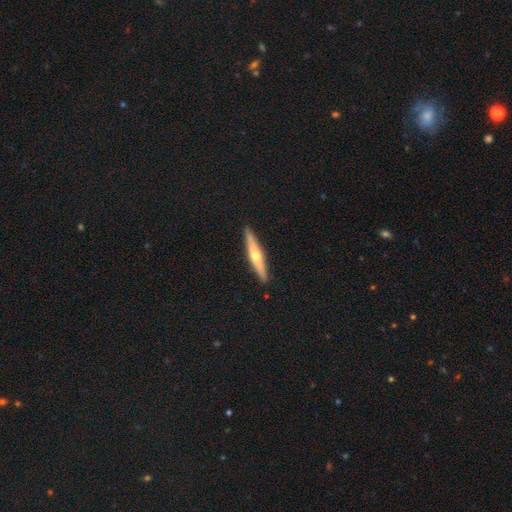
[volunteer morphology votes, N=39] type=featured or disk (67%); edge-on=yes (96%); edge-on bulge=rounded (84%); merging=none (97%).